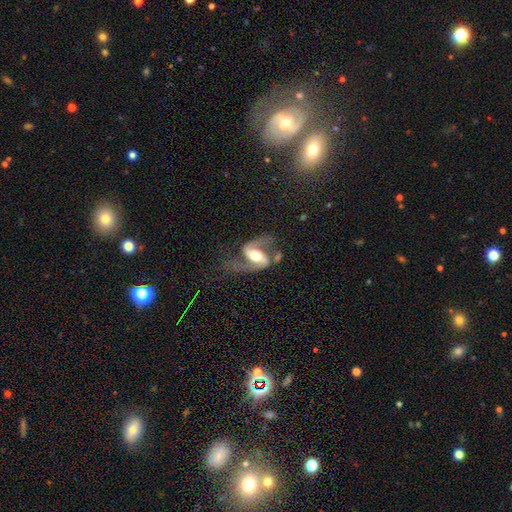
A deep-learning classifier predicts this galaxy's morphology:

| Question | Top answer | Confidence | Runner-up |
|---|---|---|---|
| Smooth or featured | featured or disk | 86% | smooth (8%) |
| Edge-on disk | no | 96% | yes (4%) |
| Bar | strong | 37% | weak (35%) |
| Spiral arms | yes | 95% | no (5%) |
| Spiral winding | loose | 56% | medium (36%) |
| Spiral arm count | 2 | 91% | 1 (3%) |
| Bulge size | moderate | 66% | large (19%) |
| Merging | none | 49% | major disturbance (24%) |